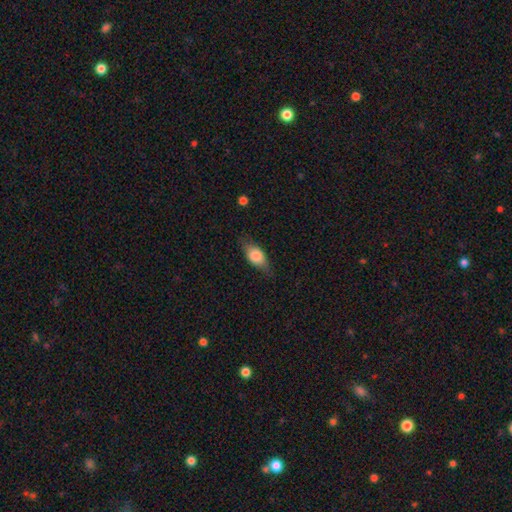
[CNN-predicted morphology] The model was most divided on "merging": none: 73%, minor disturbance: 21%, major disturbance: 5%, merger: 1%. More confident: how rounded — in between (82%); smooth or featured — smooth (73%).